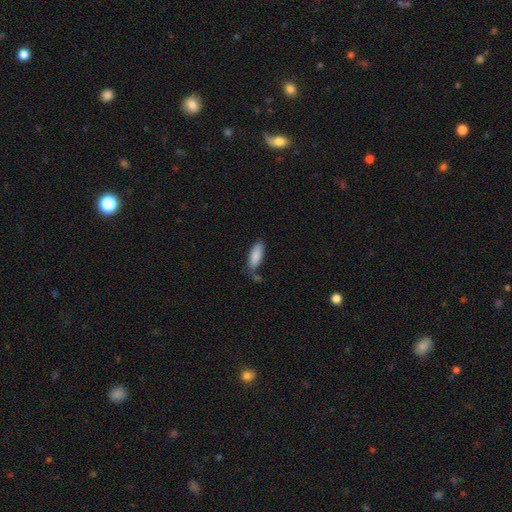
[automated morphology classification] Smooth or featured? smooth (86%)
How rounded? in between (66%)
Merging? none (66%)